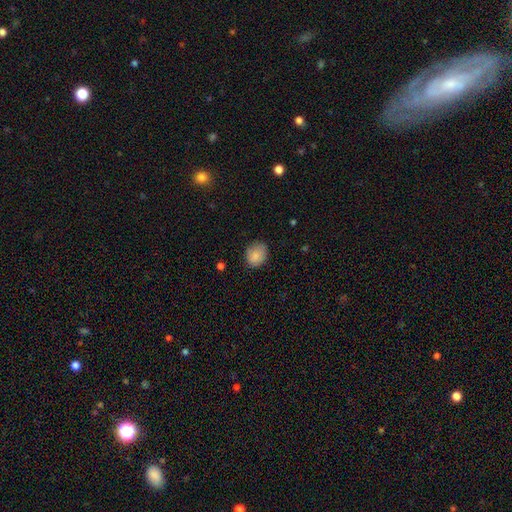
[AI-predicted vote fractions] A smooth galaxy with no disk features (85%) that is round (51%). Merging: none (74%).